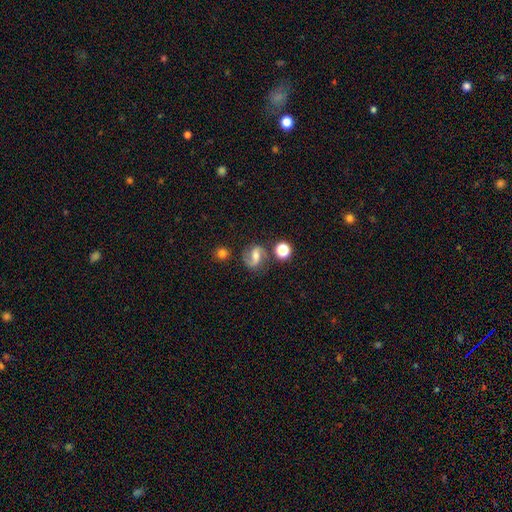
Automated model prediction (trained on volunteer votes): Smooth or featured?
  - featured or disk: 77% *
  - smooth: 13%
  - star or artifact: 9%
Edge-on disk?
  - no: 98% *
  - yes: 2%
Bar?
  - weak: 46% *
  - strong: 30%
  - no: 24%
Spiral arms?
  - yes: 95% *
  - no: 5%
Spiral winding?
  - medium: 50% *
  - loose: 37%
  - tight: 14%
Spiral arm count?
  - 2: 90% *
  - 1: 4%
  - can't tell: 3%
  - 3: 1%
  - 4: 1%
  - more than 4: 1%
Bulge size?
  - moderate: 57% *
  - small: 29%
  - large: 8%
  - none: 5%
  - dominant: 2%
Merging?
  - none: 76% *
  - minor disturbance: 13%
  - major disturbance: 6%
  - merger: 5%